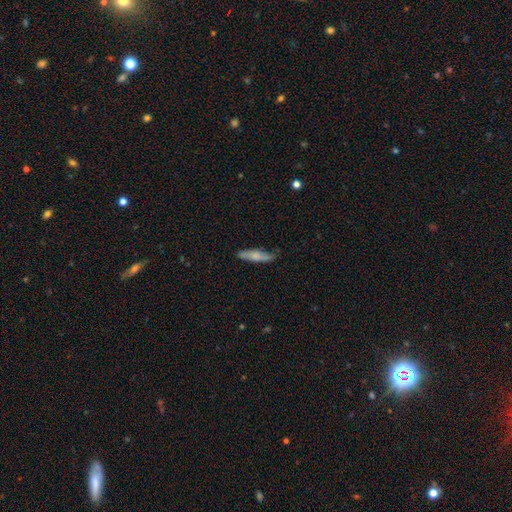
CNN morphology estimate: Overall: smooth (64%; featured or disk 30%). How rounded: cigar-shaped (76%). Merging: none (75%).